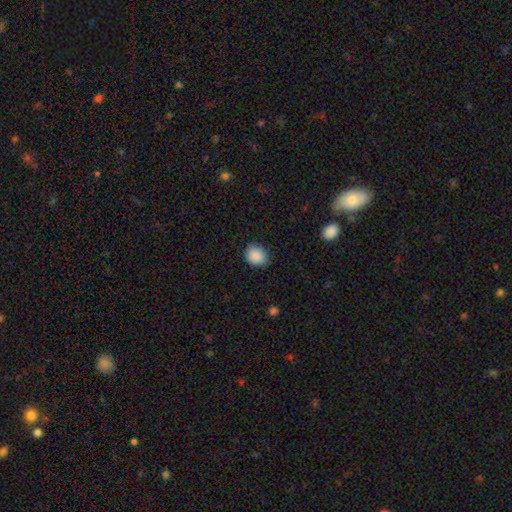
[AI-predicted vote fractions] This appears to be a smooth galaxy with no disk features (89%) that is round (58%). Merging: none (84%).